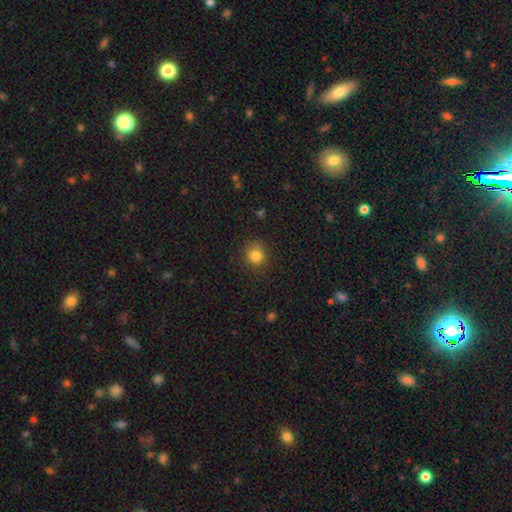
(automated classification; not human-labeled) smooth-or-featured: smooth: 83% | star or artifact: 12% | featured or disk: 5%
  how-rounded: round: 89% | in between: 11% | cigar-shaped: 1%
  merging: none: 82% | minor disturbance: 13% | major disturbance: 4% | merger: 1%